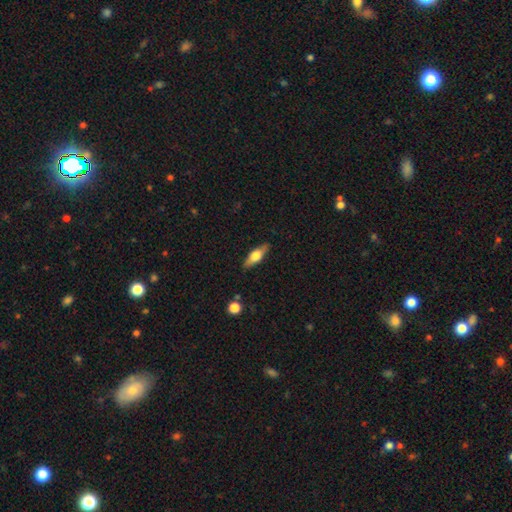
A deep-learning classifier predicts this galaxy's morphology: type=featured or disk (49%); merging=none (86%).